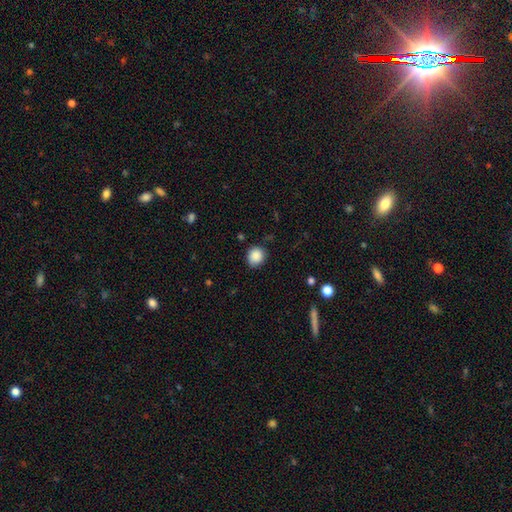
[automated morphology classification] smooth-or-featured: smooth: 88% | star or artifact: 9% | featured or disk: 4%
  how-rounded: round: 79% | in between: 20% | cigar-shaped: 1%
  merging: none: 80% | minor disturbance: 15% | major disturbance: 3% | merger: 2%